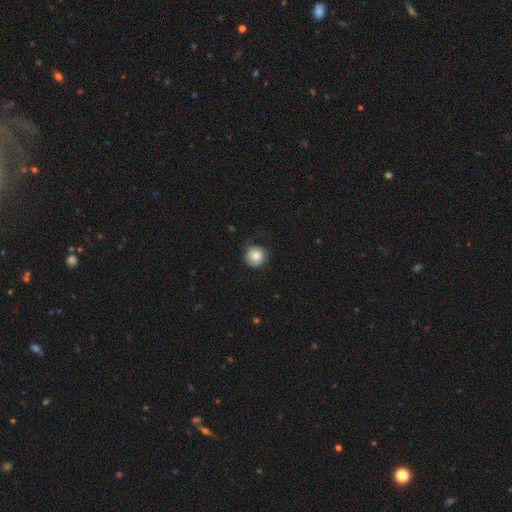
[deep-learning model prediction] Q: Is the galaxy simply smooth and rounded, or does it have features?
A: smooth — 81%.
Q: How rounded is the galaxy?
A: round — 93%.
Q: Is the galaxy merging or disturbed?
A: none — 74%.